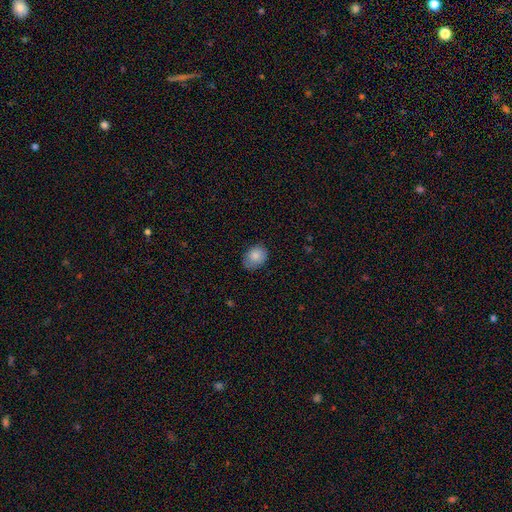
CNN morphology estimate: type=smooth (83%); roundness=in between (65%); merging=none (74%).